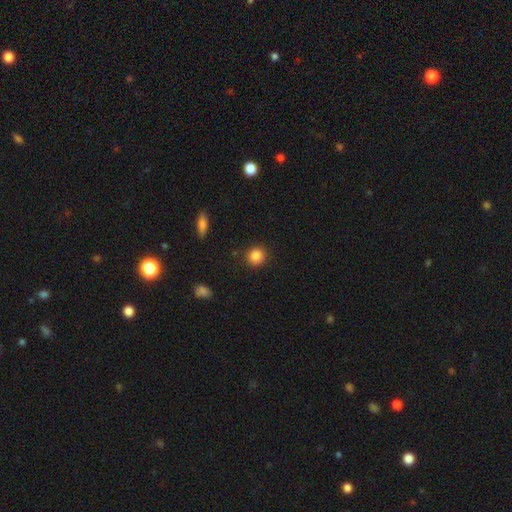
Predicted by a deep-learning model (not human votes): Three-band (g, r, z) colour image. It shows a smooth galaxy with no disk features (86%) that is round (89%). Merging: none (88%).